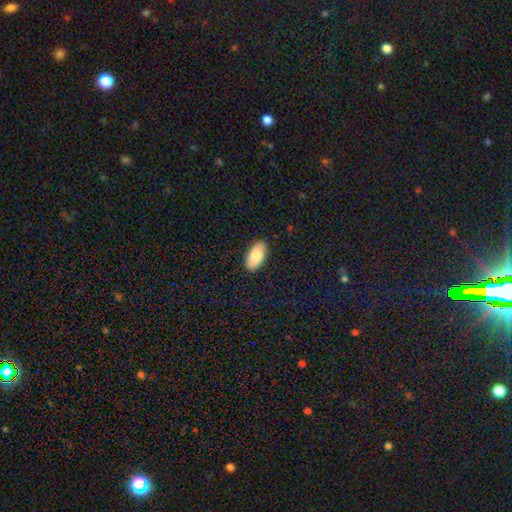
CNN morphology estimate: Smooth or featured? Predicted: smooth (p=0.81). How rounded? Predicted: in between (p=0.95). Merging? Predicted: none (p=0.88).